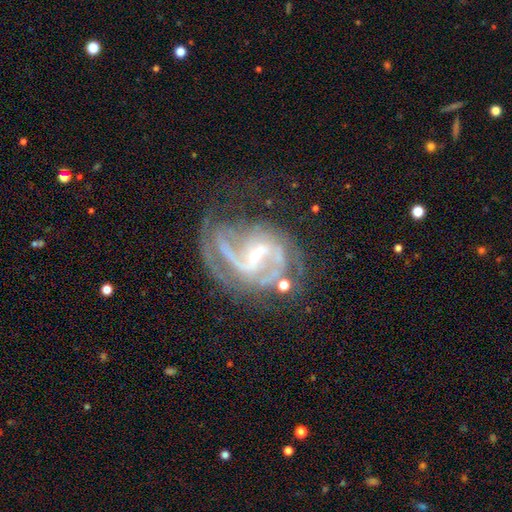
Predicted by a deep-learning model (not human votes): The model was most divided on "bar": strong: 47%, weak: 41%, no: 12%. Remaining: edge-on disk — no (98%); spiral arms — yes (96%); smooth or featured — featured or disk (89%); bulge size — small (69%); spiral arm count — 2 (64%); spiral winding — medium (50%); merging — none (45%).